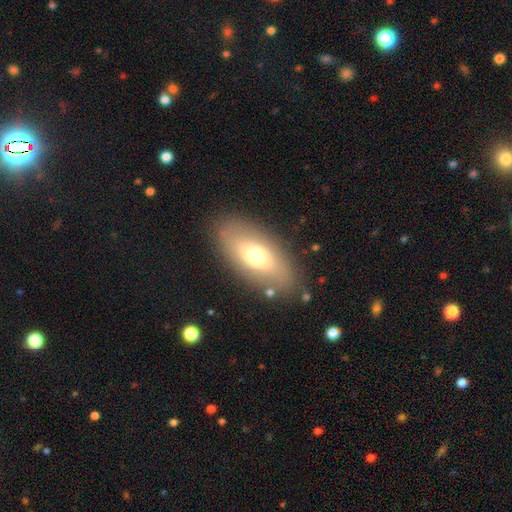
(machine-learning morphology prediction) smooth_or_featured: smooth (p=0.61) [alt: featured or disk p=0.30]
how_rounded: in between (p=0.88) [alt: cigar-shaped p=0.07]
merging: none (p=0.82) [alt: minor disturbance p=0.11]